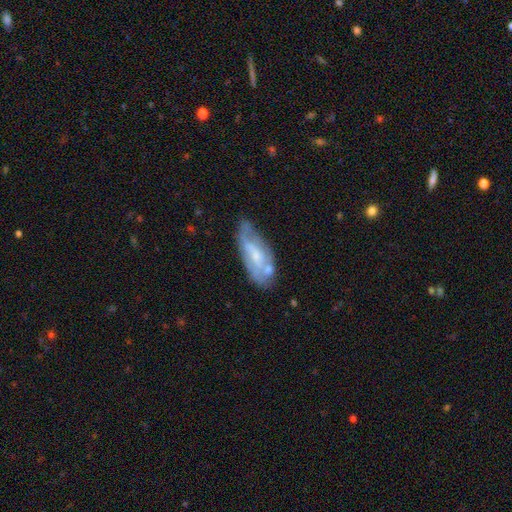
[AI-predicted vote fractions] smooth_or_featured: featured or disk (p=0.59) [alt: smooth p=0.34]
disk_edge_on: no (p=0.86) [alt: yes p=0.14]
bar: no (p=0.52) [alt: weak p=0.37]
has_spiral_arms: yes (p=0.58) [alt: no p=0.42]
bulge_size: small (p=0.52) [alt: moderate p=0.32]
merging: none (p=0.48) [alt: minor disturbance p=0.30]